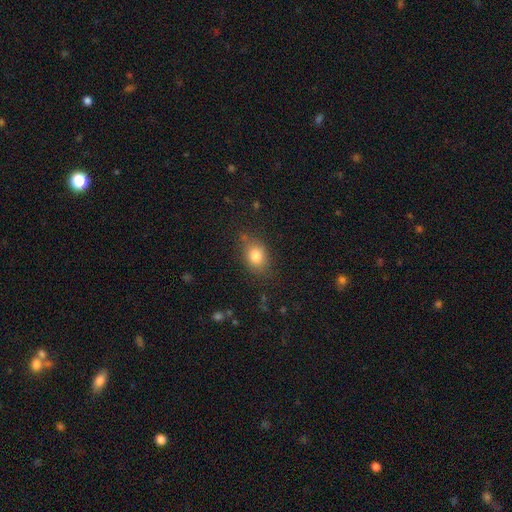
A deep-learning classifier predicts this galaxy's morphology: Smooth or featured? Predicted: smooth (p=0.80). How rounded? Predicted: in between (p=0.66). Merging? Predicted: none (p=0.73).